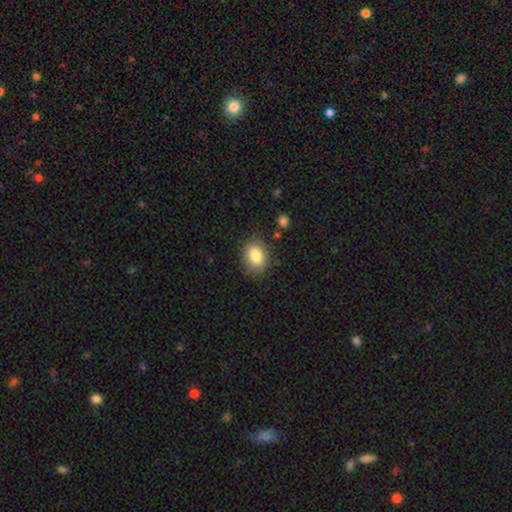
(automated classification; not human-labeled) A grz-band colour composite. It shows a smooth galaxy with no disk features (83%) that is in between round and cigar-shaped (68%). Merging: none (81%).